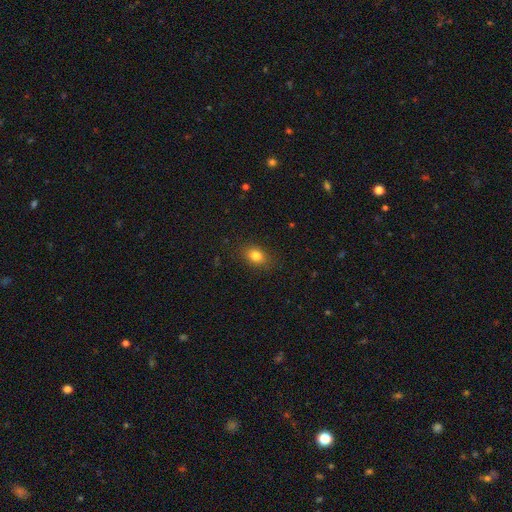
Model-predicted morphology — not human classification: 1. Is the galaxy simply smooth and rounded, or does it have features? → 82% smooth, 11% star or artifact, 7% featured or disk.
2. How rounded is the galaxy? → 64% in between, 35% round, 2% cigar-shaped.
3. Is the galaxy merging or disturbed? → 86% none, 10% minor disturbance, 3% major disturbance, 1% merger.